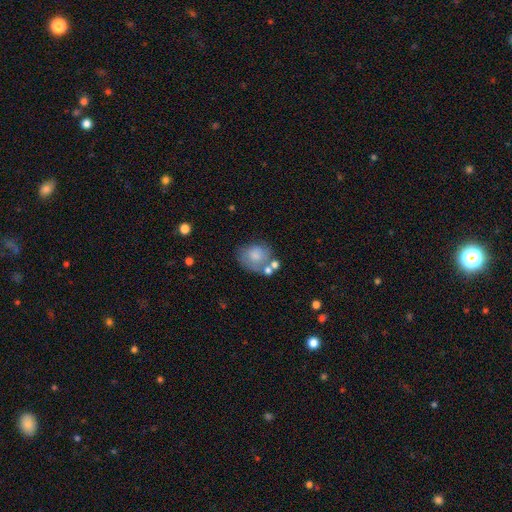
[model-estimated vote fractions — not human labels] Smooth or featured? smooth (72%)
How rounded? round (63%)
Merging? none (47%)